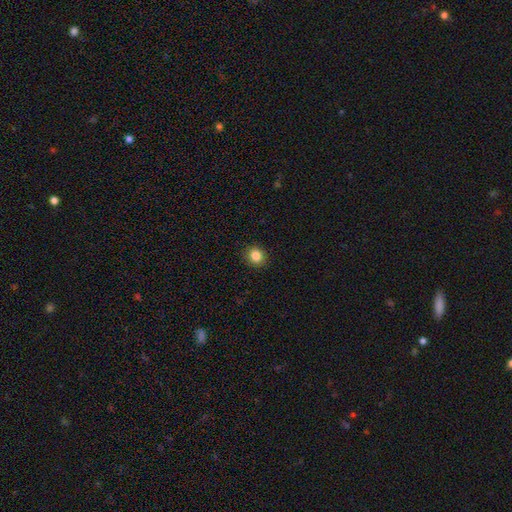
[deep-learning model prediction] smooth_or_featured: smooth (p=0.85) [alt: star or artifact p=0.10]
how_rounded: round (p=0.82) [alt: in between p=0.17]
merging: none (p=0.91) [alt: minor disturbance p=0.06]